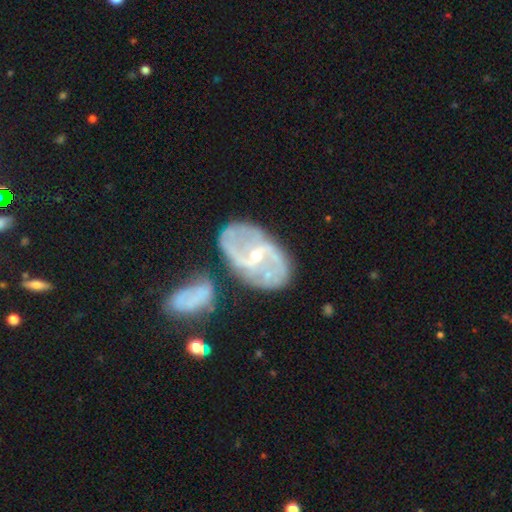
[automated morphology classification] Smooth or featured?
  - featured or disk: 85% *
  - smooth: 9%
  - star or artifact: 6%
Edge-on disk?
  - no: 96% *
  - yes: 4%
Bar?
  - weak: 42% *
  - no: 30%
  - strong: 29%
Spiral arms?
  - yes: 91% *
  - no: 9%
Spiral winding?
  - loose: 42% *
  - medium: 41%
  - tight: 18%
Spiral arm count?
  - 2: 81% *
  - can't tell: 9%
  - 3: 4%
  - 1: 2%
  - 4: 2%
  - more than 4: 2%
Bulge size?
  - small: 68% *
  - moderate: 29%
  - none: 1%
  - large: 1%
  - dominant: 1%
Merging?
  - none: 55% *
  - minor disturbance: 19%
  - merger: 17%
  - major disturbance: 9%